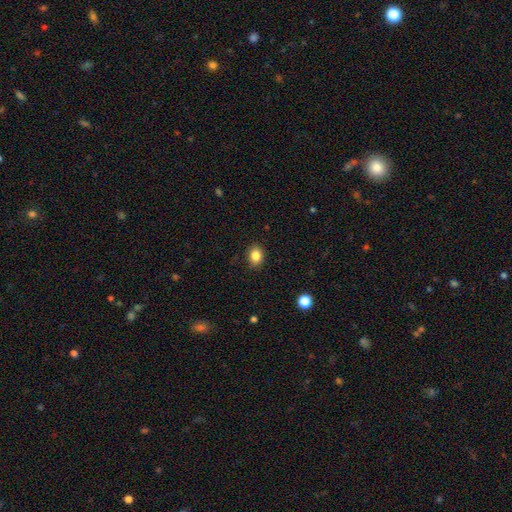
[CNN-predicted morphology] smooth 85%, star or artifact 10%, featured or disk 5%. Down the decision tree: how rounded — in between (50%); merging — none (88%).